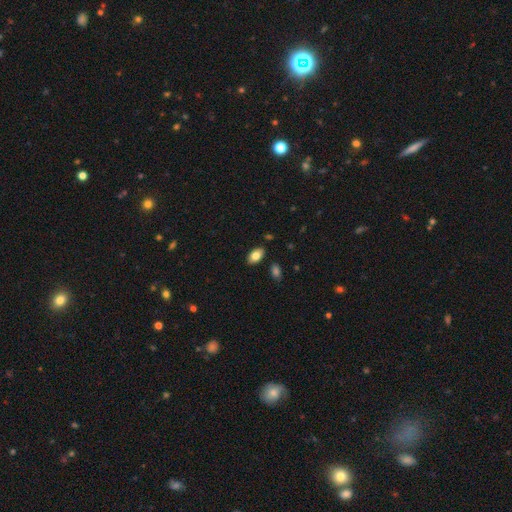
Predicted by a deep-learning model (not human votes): Morphology: type=smooth (82%); roundness=in between (92%); merging=none (87%).